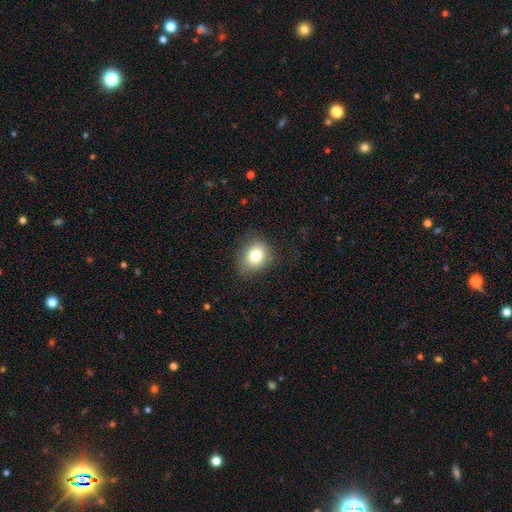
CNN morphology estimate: Smooth or featured? smooth (78%)
How rounded? round (62%)
Merging? none (77%)